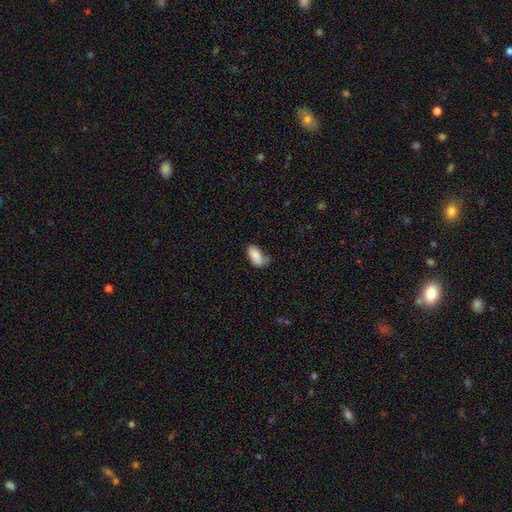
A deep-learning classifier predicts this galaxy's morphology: This appears to be a smooth galaxy with no disk features (86%) that is in between round and cigar-shaped (91%). Merging: none (47%).